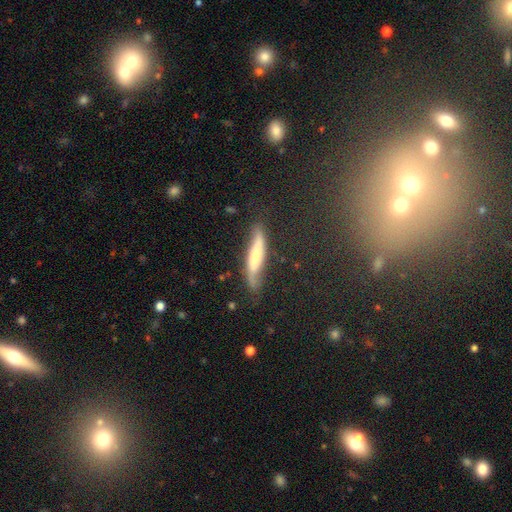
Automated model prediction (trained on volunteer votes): Smooth or featured? Predicted: featured or disk (p=0.51). Edge-on disk? Predicted: yes (p=0.55). Merging? Predicted: none (p=0.66).